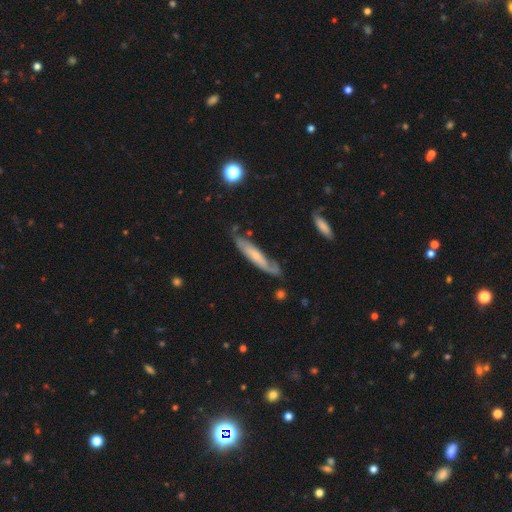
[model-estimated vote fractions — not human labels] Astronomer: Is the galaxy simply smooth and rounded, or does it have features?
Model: featured or disk — 58% (runner-up: smooth, 36%).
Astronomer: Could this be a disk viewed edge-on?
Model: no — 55% (runner-up: yes, 45%).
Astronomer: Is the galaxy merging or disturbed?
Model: none — 62%.